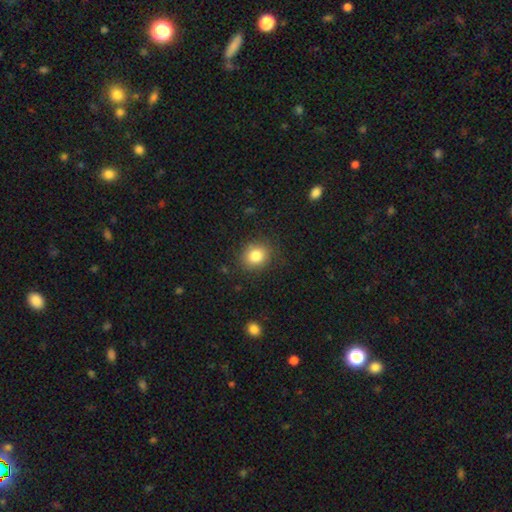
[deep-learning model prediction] The model was most divided on "how rounded": round: 69%, in between: 30%, cigar-shaped: 1%. More confident: merging — none (84%); smooth or featured — smooth (82%).